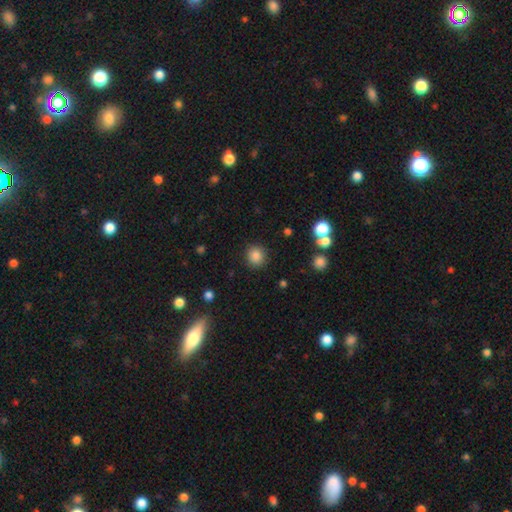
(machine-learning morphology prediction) Smooth or featured: smooth — 85% (star or artifact — 11%)
How rounded: round — 89% (in between — 10%)
Merging: none — 89% (minor disturbance — 7%)